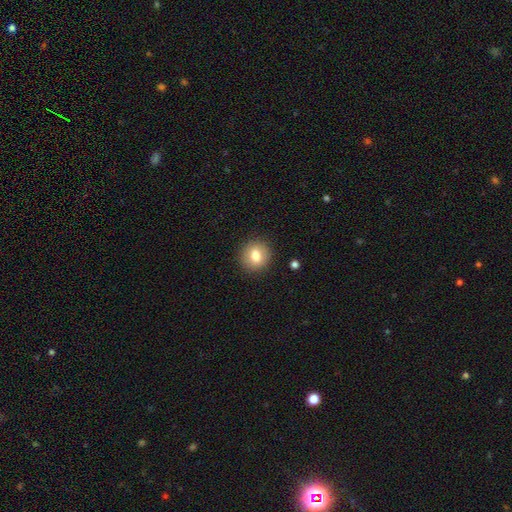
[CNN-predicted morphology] smooth_or_featured: smooth (p=0.79) [alt: featured or disk p=0.12]
how_rounded: round (p=0.84) [alt: in between p=0.15]
merging: none (p=0.90) [alt: minor disturbance p=0.07]